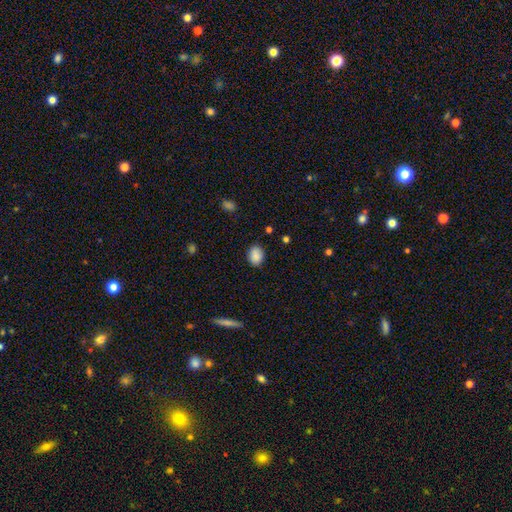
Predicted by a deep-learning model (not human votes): Morphology: type=smooth (88%); roundness=in between (66%); merging=none (84%).